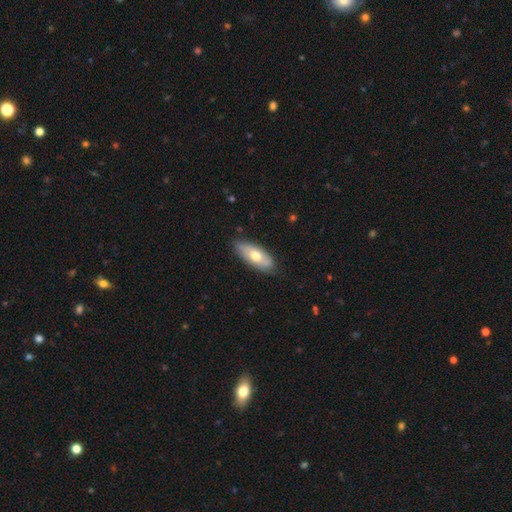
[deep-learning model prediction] This is likely a smooth galaxy (65%). How rounded: clearly in between (81%). Merging: clearly none (81%).